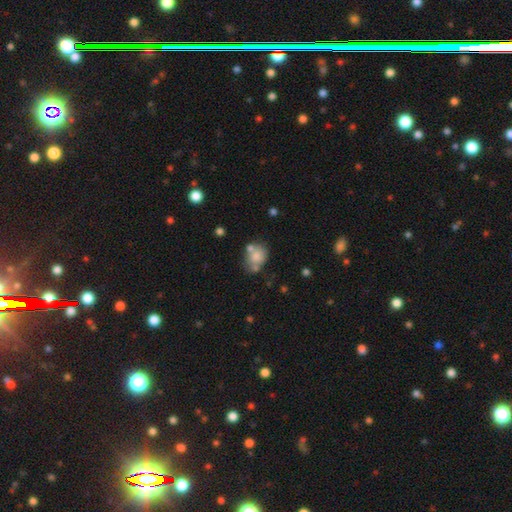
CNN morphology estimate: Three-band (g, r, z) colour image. It shows a smooth galaxy with no disk features (72%) that is in between round and cigar-shaped (54%). Merging: none (44%).